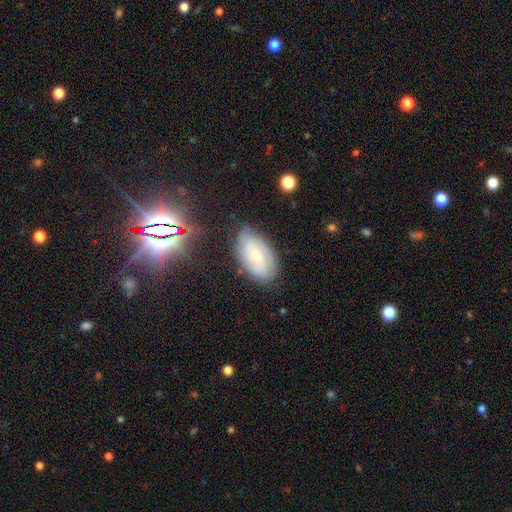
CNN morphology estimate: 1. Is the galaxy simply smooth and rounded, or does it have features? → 57% featured or disk, 33% smooth, 10% star or artifact.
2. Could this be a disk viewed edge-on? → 94% no, 6% yes.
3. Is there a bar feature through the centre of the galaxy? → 57% no, 36% weak, 7% strong.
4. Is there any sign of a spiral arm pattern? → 86% yes, 14% no.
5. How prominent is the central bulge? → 54% small, 38% moderate, 5% none, 3% large, 1% dominant.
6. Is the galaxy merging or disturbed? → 76% none, 18% minor disturbance, 4% major disturbance, 2% merger.